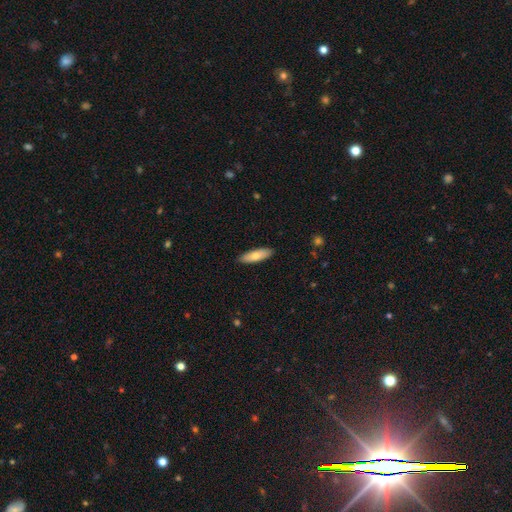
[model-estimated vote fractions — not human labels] Q: Smooth or featured?
A: smooth (73%); runner-up: featured or disk (21%)
Q: How rounded?
A: cigar-shaped (53%); runner-up: in between (45%)
Q: Merging?
A: none (90%); runner-up: minor disturbance (7%)